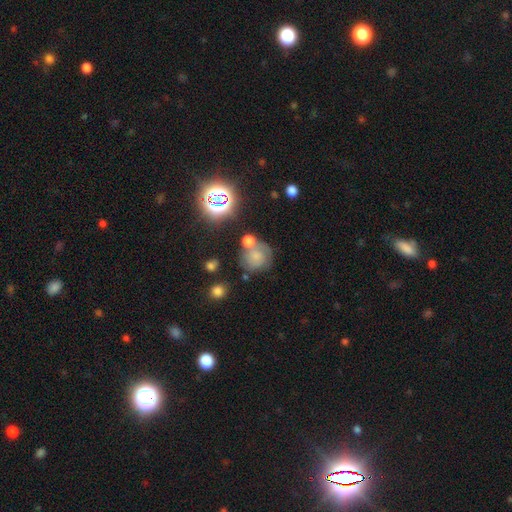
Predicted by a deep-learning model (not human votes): A smooth galaxy with no disk features (56%) that is round (83%). Merging: none (52%).